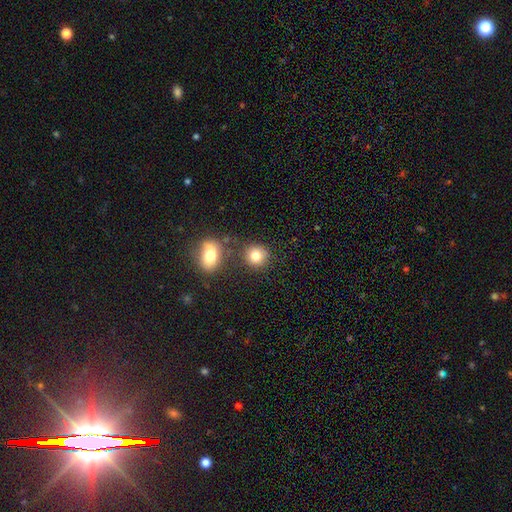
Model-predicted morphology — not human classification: This is clearly a smooth galaxy (81%). How rounded: clearly round (85%). Merging: likely none (74%).